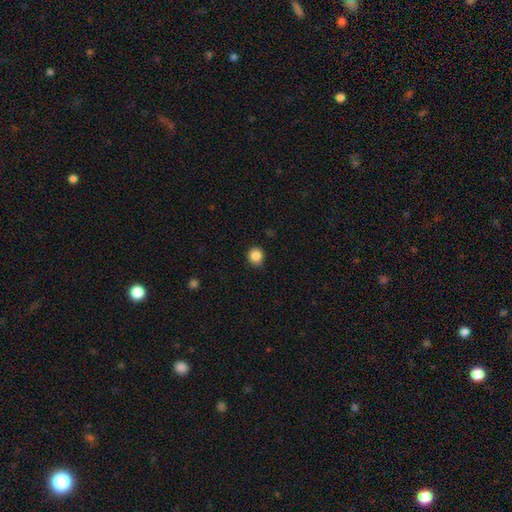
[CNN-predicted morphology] smooth 86%, star or artifact 11%, featured or disk 4%. Down the decision tree: how rounded — round (90%); merging — none (80%).